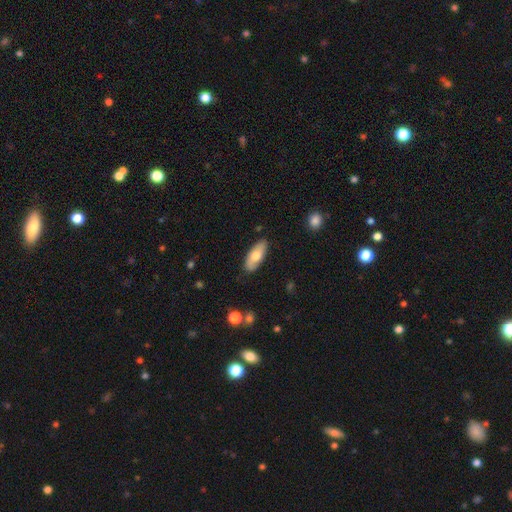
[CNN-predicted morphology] Smooth or featured: smooth — 70% (featured or disk — 24%)
How rounded: in between — 78% (cigar-shaped — 19%)
Merging: none — 83% (minor disturbance — 13%)